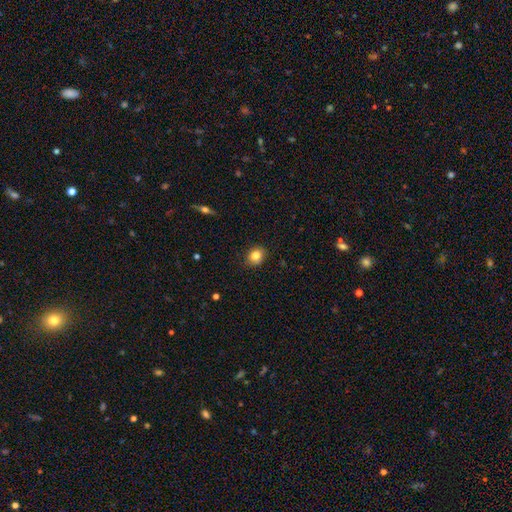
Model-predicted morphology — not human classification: smooth_or_featured: smooth (p=0.83) [alt: star or artifact p=0.10]
how_rounded: round (p=0.66) [alt: in between p=0.33]
merging: none (p=0.86) [alt: minor disturbance p=0.11]